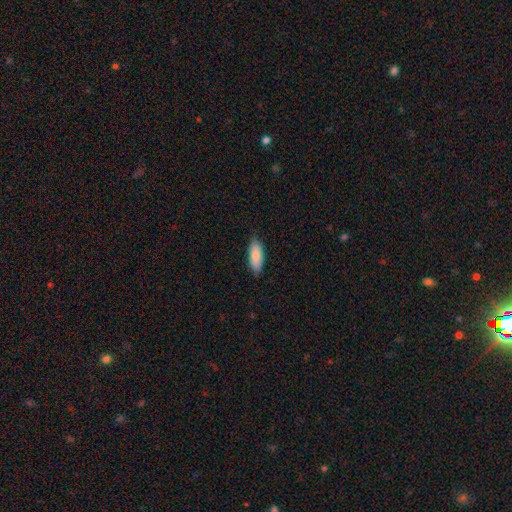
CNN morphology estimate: This is clearly a smooth galaxy (85%). How rounded: likely in between (76%). Merging: clearly none (84%).